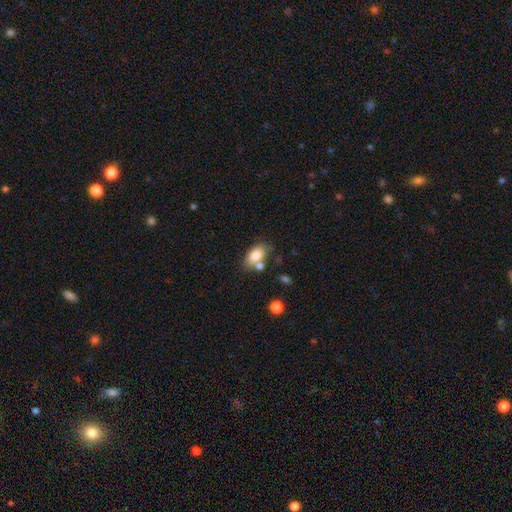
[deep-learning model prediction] This is clearly a smooth galaxy (80%). How rounded: clearly in between (89%). Merging: possibly none (60%).